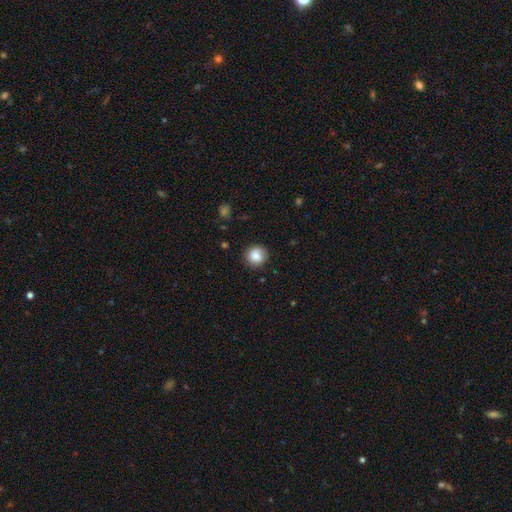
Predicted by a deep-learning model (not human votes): Overall: smooth (84%). How rounded: round (90%). Merging: none (82%).